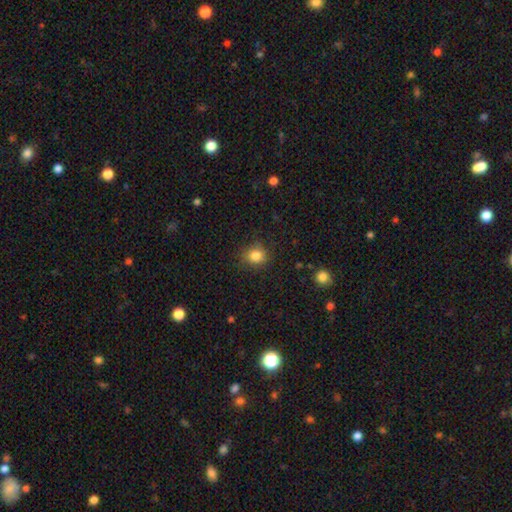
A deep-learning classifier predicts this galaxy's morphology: Q: Smooth or featured?
A: smooth (84%); runner-up: star or artifact (11%)
Q: How rounded?
A: round (81%); runner-up: in between (18%)
Q: Merging?
A: none (85%); runner-up: minor disturbance (11%)